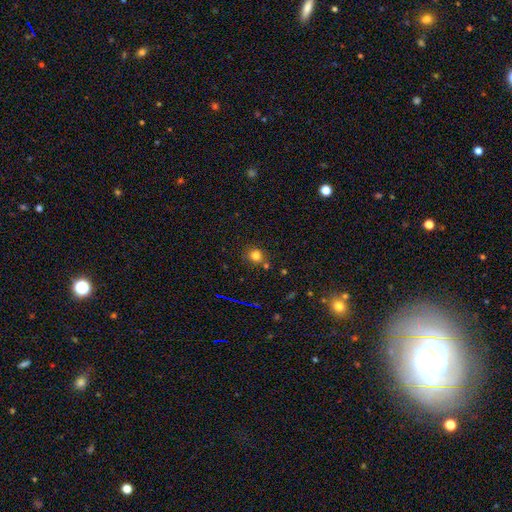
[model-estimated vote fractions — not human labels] The model was most divided on "merging": none: 72%, minor disturbance: 13%, merger: 11%, major disturbance: 4%. More confident: how rounded — round (81%); smooth or featured — smooth (78%).